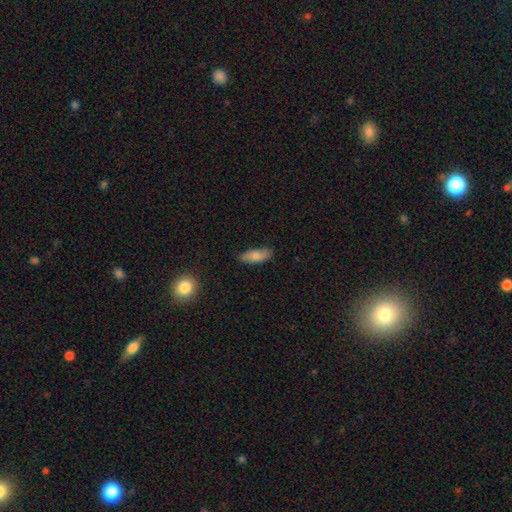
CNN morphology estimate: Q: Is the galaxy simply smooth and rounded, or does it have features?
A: smooth — 78%.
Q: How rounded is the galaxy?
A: in between — 68%.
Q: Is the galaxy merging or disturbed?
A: none — 82%.